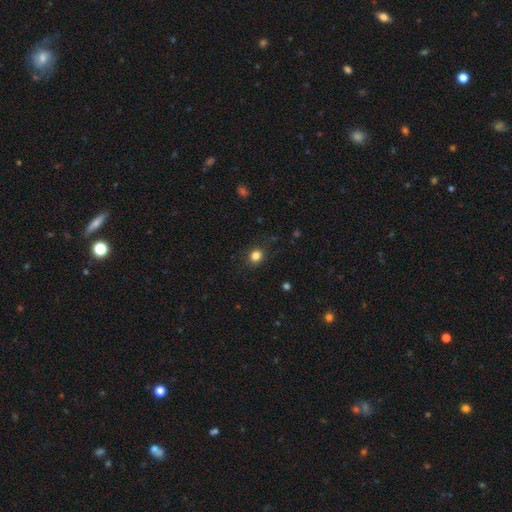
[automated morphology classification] Smooth or featured? Predicted: smooth (p=0.83). How rounded? Predicted: round (p=0.76). Merging? Predicted: none (p=0.87).